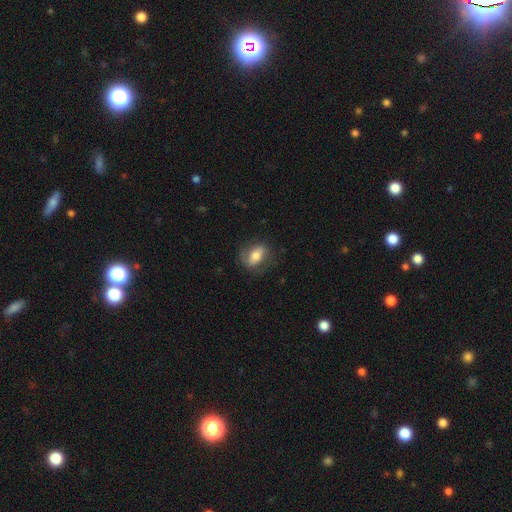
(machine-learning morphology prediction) type=smooth (62%); roundness=in between (81%); merging=none (69%).